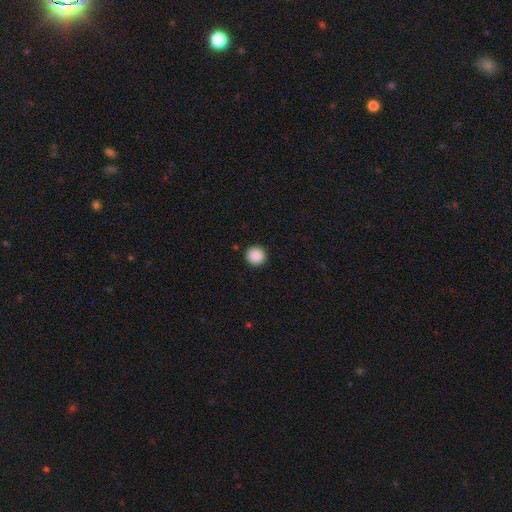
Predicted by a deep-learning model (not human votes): Smooth or featured? Predicted: smooth (p=0.89). How rounded? Predicted: round (p=0.96). Merging? Predicted: none (p=0.93).